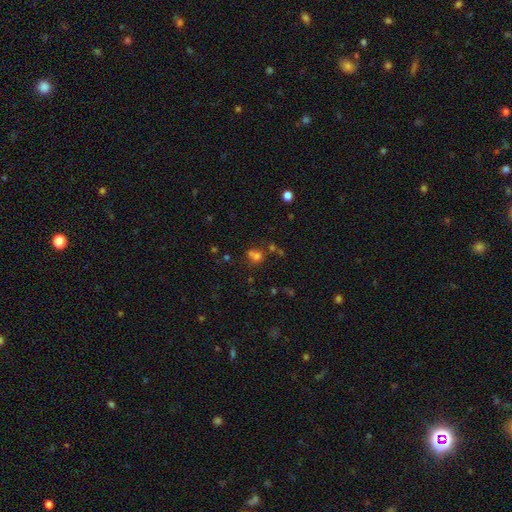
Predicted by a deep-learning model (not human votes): A smooth galaxy with no disk features (65%) that is round (78%).

Vote fractions:
- Smooth or featured? smooth: 65% / star or artifact: 23% / featured or disk: 13%
- How rounded? round: 78% / in between: 21% / cigar-shaped: 1%
- Merging? none: 45% / merger: 41% / minor disturbance: 9% / major disturbance: 5%